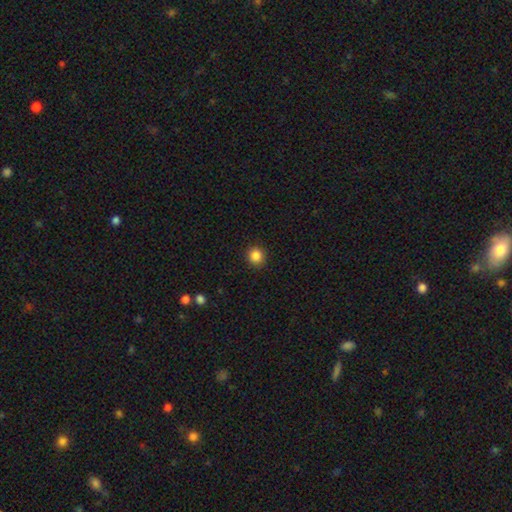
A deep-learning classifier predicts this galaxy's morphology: A smooth galaxy with no disk features (86%) that is round (91%). Merging: none (91%).